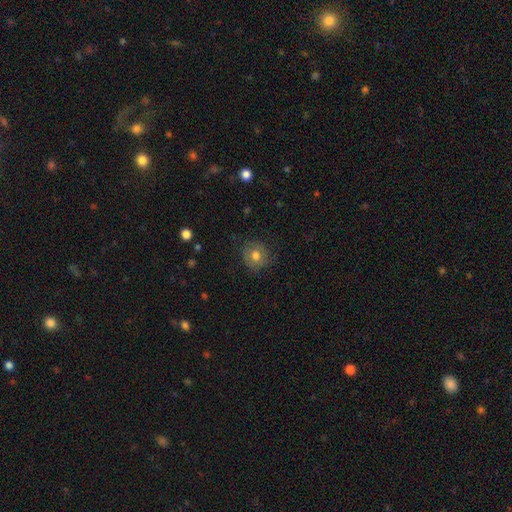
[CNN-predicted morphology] This appears to be a smooth galaxy with no disk features (73%) that is round (84%). Merging: none (80%).